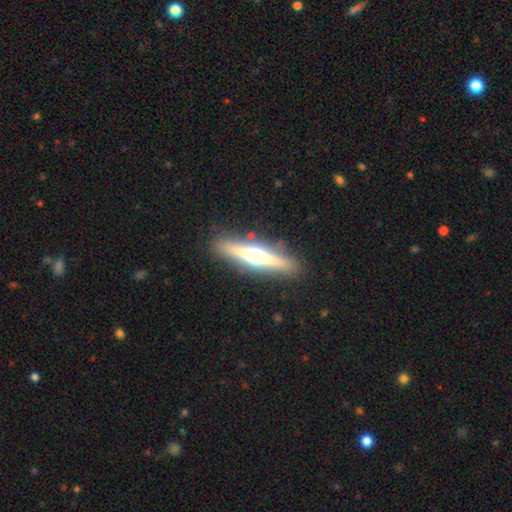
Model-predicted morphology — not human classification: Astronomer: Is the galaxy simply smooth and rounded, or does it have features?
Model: featured or disk — 64%.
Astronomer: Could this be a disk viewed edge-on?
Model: yes — 94%.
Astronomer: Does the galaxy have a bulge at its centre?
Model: rounded — 94%.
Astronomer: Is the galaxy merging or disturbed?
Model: none — 87%.